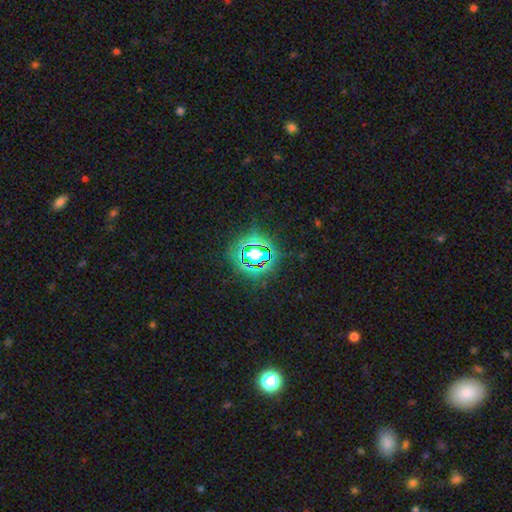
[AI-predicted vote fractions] A star or artifact, not a galaxy (71%).